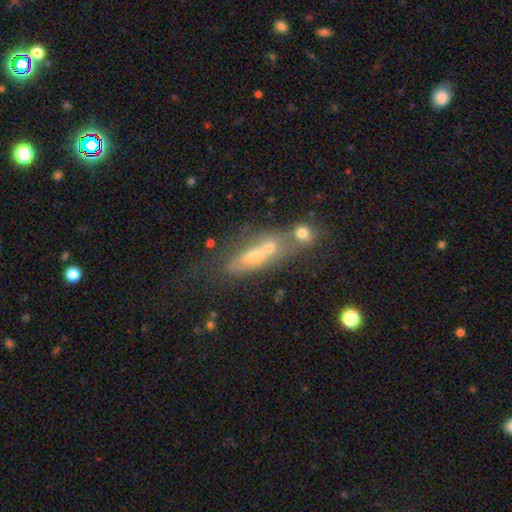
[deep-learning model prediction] smooth-or-featured: smooth: 49% | featured or disk: 37% | star or artifact: 14%
  merging: merger: 59% | none: 23% | minor disturbance: 10% | major disturbance: 9%